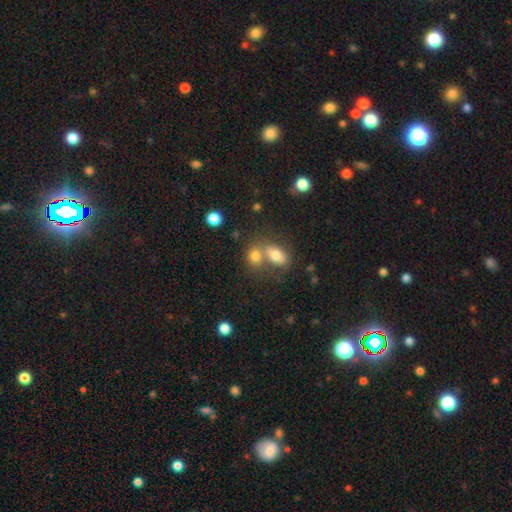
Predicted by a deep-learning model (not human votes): smooth-or-featured: smooth: 52% | star or artifact: 35% | featured or disk: 13%
  how-rounded: round: 66% | in between: 31% | cigar-shaped: 3%
  merging: merger: 48% | none: 40% | minor disturbance: 7% | major disturbance: 5%